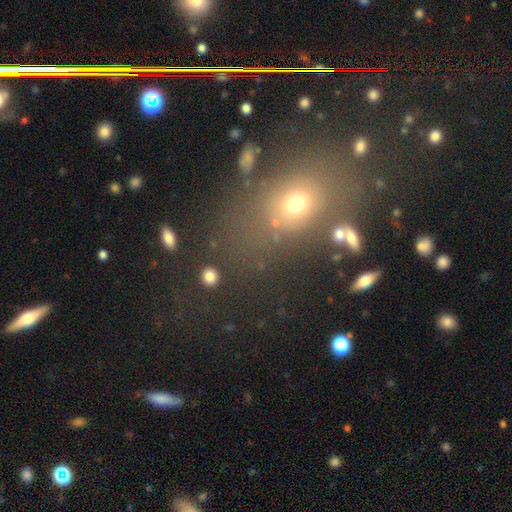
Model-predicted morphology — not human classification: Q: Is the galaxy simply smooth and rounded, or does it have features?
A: smooth — 53%.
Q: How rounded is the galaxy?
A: in between — 58%.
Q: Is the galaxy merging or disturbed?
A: none — 72%.